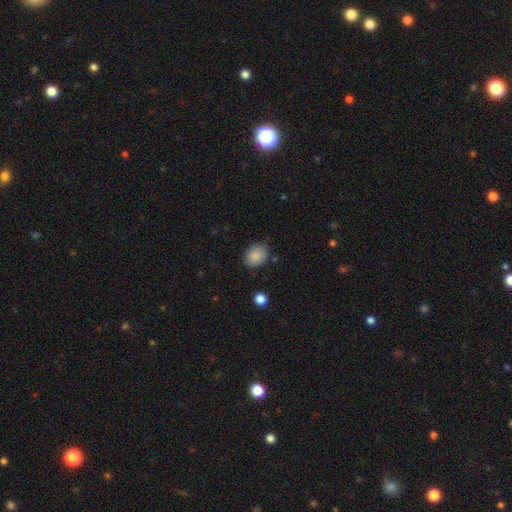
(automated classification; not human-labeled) smooth_or_featured: smooth (p=0.87) [alt: star or artifact p=0.08]
how_rounded: in between (p=0.55) [alt: round p=0.44]
merging: none (p=0.80) [alt: minor disturbance p=0.15]